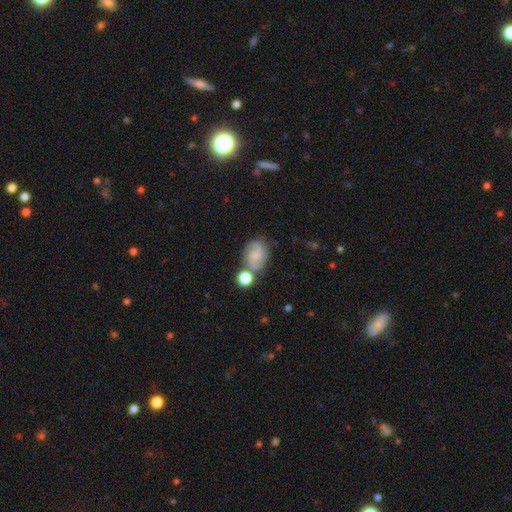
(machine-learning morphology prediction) smooth_or_featured: featured or disk (p=0.70) [alt: smooth p=0.22]
disk_edge_on: no (p=0.97) [alt: yes p=0.03]
bar: no (p=0.57) [alt: weak p=0.36]
has_spiral_arms: yes (p=0.95) [alt: no p=0.05]
spiral_winding: medium (p=0.48) [alt: tight p=0.37]
spiral_arm_count: 2 (p=0.83) [alt: can't tell p=0.07]
bulge_size: small (p=0.43) [alt: none p=0.35]
merging: none (p=0.62) [alt: minor disturbance p=0.16]